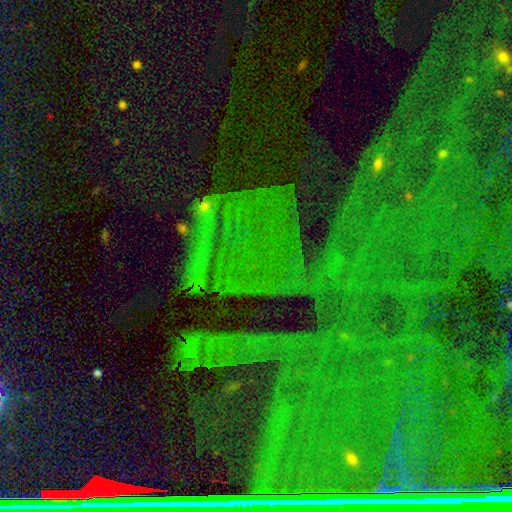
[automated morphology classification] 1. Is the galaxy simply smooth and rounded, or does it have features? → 78% star or artifact, 11% featured or disk, 10% smooth.